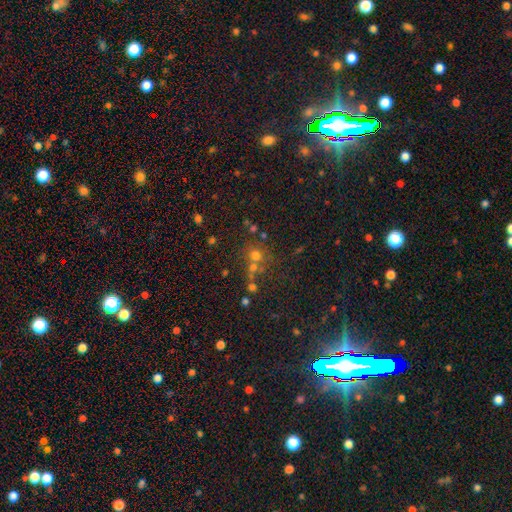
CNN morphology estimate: type=smooth (56%); roundness=round (85%); merging=none (55%).